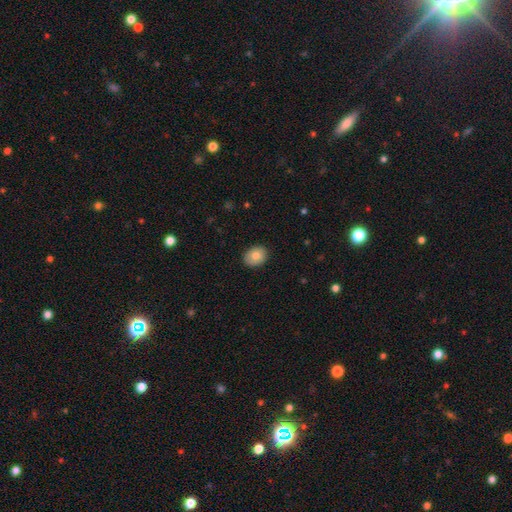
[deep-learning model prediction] The model was most divided on "how rounded": in between: 58%, round: 41%, cigar-shaped: 1%. More confident: merging — none (88%); smooth or featured — smooth (79%).